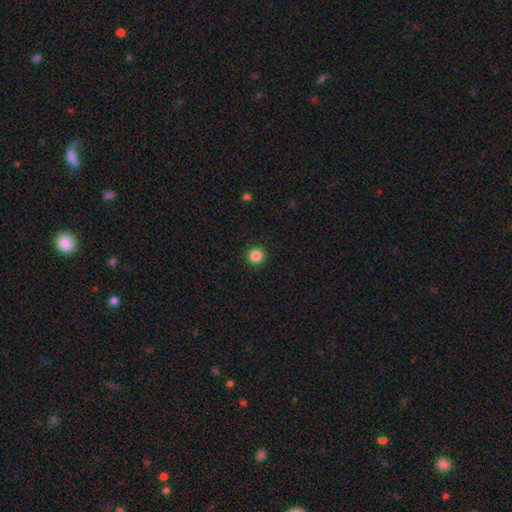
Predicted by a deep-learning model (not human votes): Smooth or featured: smooth — 86% (star or artifact — 11%)
How rounded: round — 96% (in between — 3%)
Merging: none — 93% (minor disturbance — 4%)